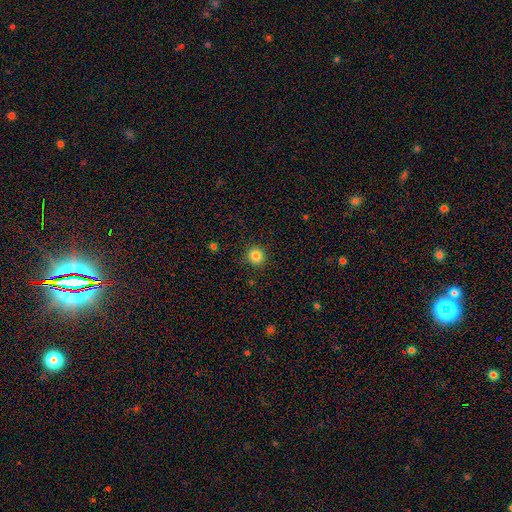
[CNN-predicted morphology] The model was most divided on "smooth or featured": smooth: 84%, star or artifact: 11%, featured or disk: 5%. More confident: how rounded — round (92%); merging — none (90%).